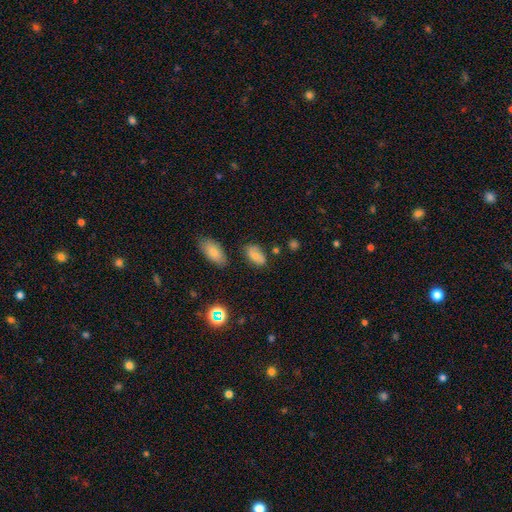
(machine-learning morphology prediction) smooth 74%, featured or disk 15%, star or artifact 11%. Down the decision tree: how rounded — in between (92%); merging — none (70%).